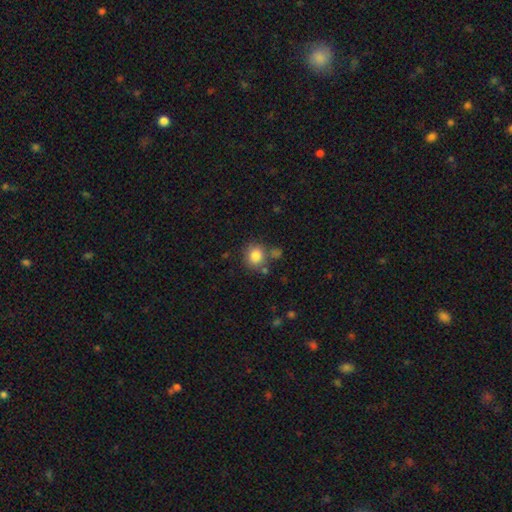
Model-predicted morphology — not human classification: type=smooth (83%); roundness=round (80%); merging=none (72%).